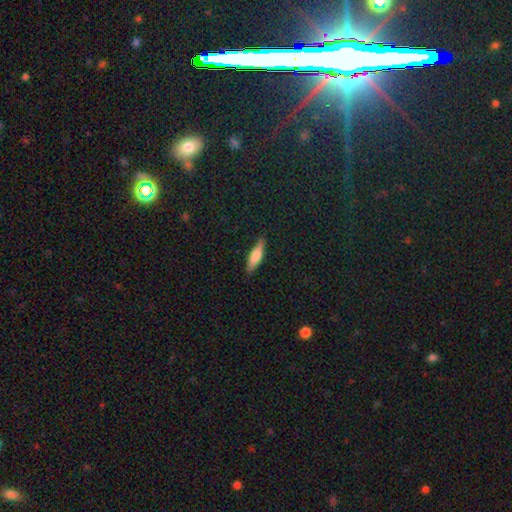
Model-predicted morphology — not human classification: Smooth or featured? smooth (64%)
How rounded? cigar-shaped (68%)
Merging? none (86%)